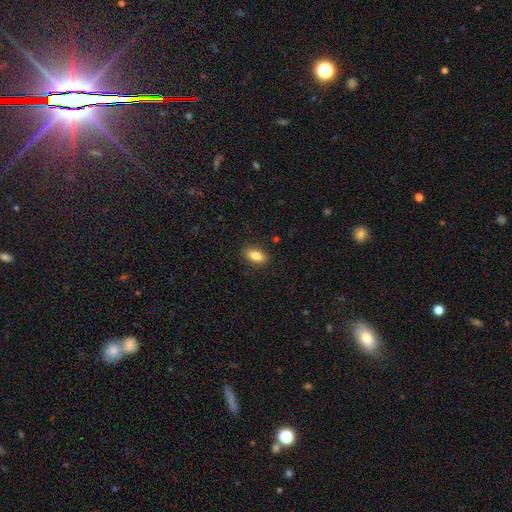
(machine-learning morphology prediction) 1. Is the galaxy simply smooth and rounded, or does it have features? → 86% smooth, 8% star or artifact, 7% featured or disk.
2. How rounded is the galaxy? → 89% in between, 6% cigar-shaped, 5% round.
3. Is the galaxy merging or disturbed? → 89% none, 8% minor disturbance, 2% major disturbance, 1% merger.